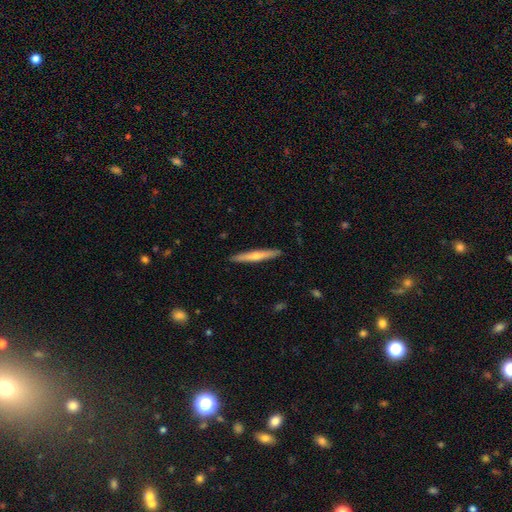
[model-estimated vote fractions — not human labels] smooth-or-featured: featured or disk: 52% | smooth: 43% | star or artifact: 6%
  disk-edge-on: yes: 96% | no: 4%
  merging: none: 92% | minor disturbance: 6% | major disturbance: 1% | merger: 1%